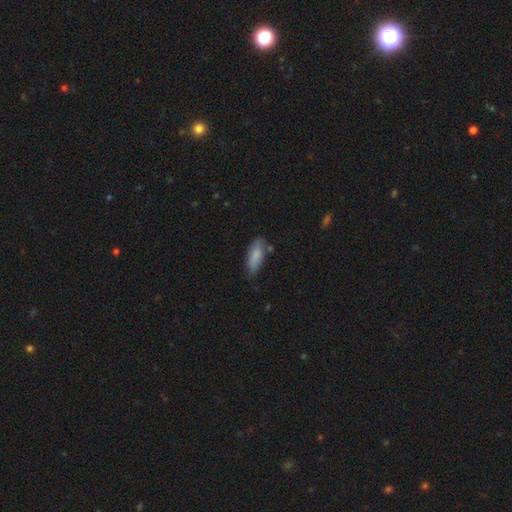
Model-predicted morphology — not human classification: type=smooth (83%); roundness=in between (76%); merging=none (65%).